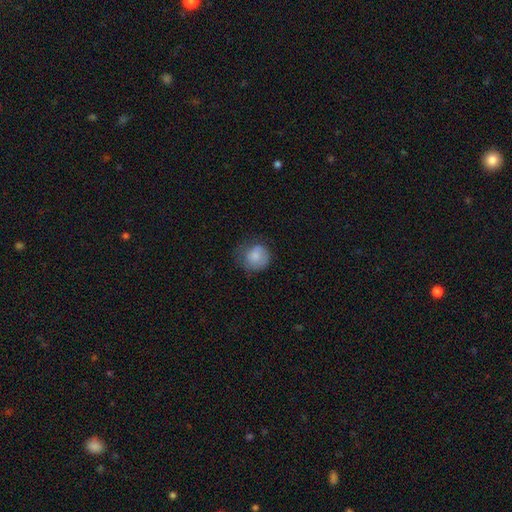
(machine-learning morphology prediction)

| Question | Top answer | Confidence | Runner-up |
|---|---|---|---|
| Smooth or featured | smooth | 78% | featured or disk (15%) |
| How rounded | round | 81% | in between (18%) |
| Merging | none | 50% | minor disturbance (30%) |